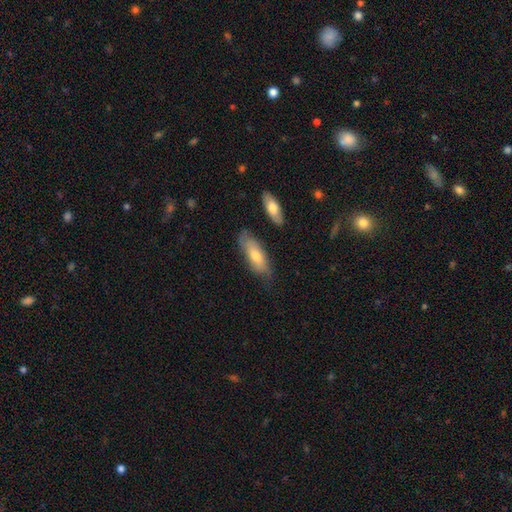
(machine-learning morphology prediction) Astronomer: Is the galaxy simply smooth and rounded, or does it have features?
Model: smooth — 61%.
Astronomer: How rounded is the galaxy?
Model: in between — 68%.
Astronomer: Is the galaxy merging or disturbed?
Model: none — 66%.